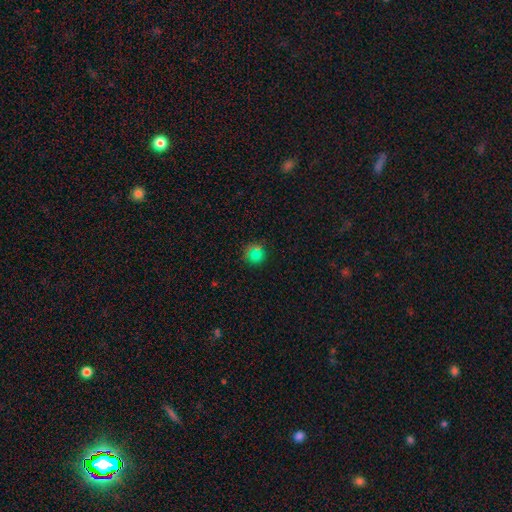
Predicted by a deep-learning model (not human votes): Smooth or featured? Predicted: smooth (p=0.66). How rounded? Predicted: round (p=0.92). Merging? Predicted: none (p=0.78).